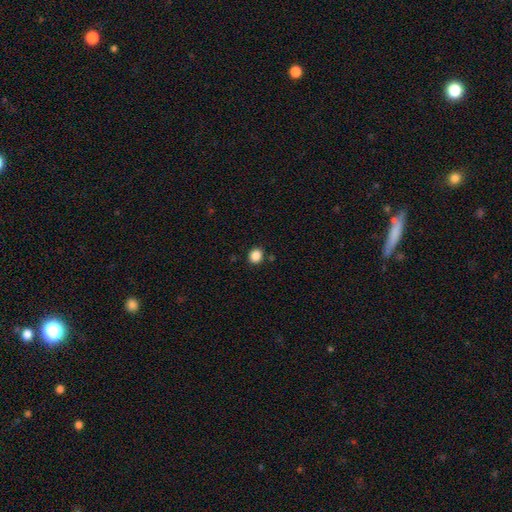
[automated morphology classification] Q: Smooth or featured?
A: smooth (87%); runner-up: star or artifact (10%)
Q: How rounded?
A: round (75%); runner-up: in between (24%)
Q: Merging?
A: none (88%); runner-up: minor disturbance (7%)